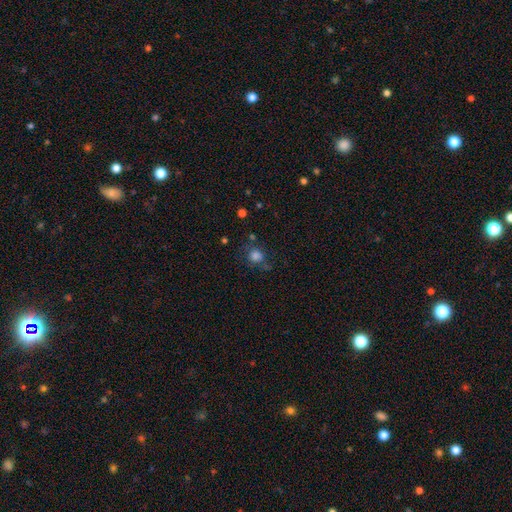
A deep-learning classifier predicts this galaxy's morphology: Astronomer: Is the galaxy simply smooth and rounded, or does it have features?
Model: smooth — 78%.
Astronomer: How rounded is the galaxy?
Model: round — 84%.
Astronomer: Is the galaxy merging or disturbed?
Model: none — 62%.